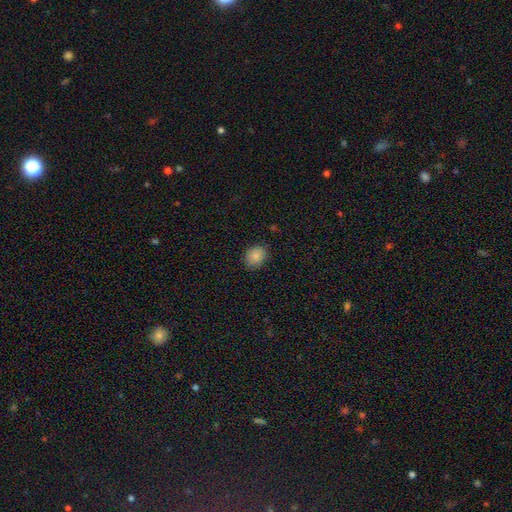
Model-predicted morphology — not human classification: smooth-or-featured: smooth: 86% | star or artifact: 9% | featured or disk: 5%
  how-rounded: in between: 53% | round: 46% | cigar-shaped: 1%
  merging: none: 84% | minor disturbance: 13% | major disturbance: 3% | merger: 1%